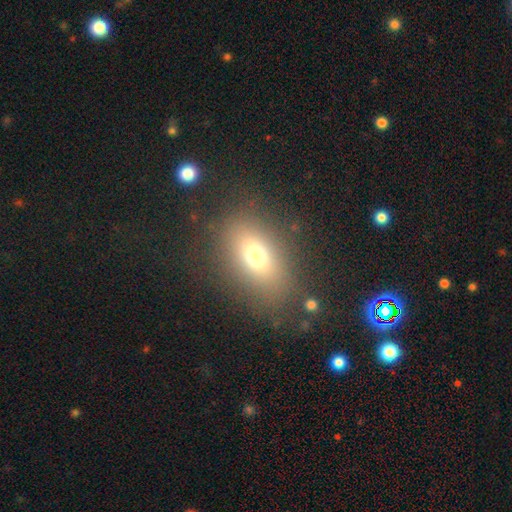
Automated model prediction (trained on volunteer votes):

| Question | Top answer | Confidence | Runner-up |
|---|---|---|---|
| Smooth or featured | smooth | 70% | featured or disk (16%) |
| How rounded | in between | 80% | round (16%) |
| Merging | none | 79% | minor disturbance (12%) |